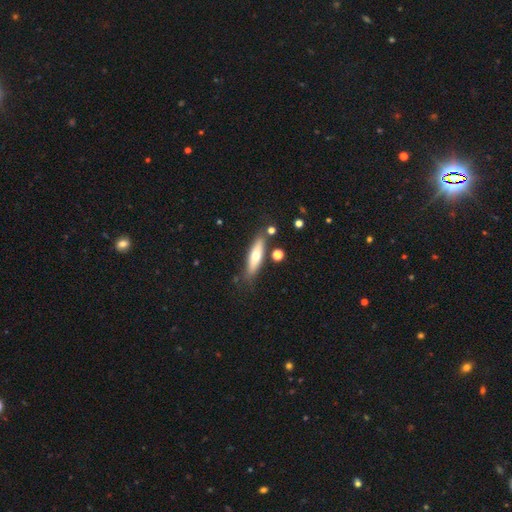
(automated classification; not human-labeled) smooth-or-featured: smooth: 58% | featured or disk: 36% | star or artifact: 6%
  how-rounded: cigar-shaped: 65% | in between: 33% | round: 2%
  merging: none: 78% | minor disturbance: 13% | merger: 5% | major disturbance: 3%